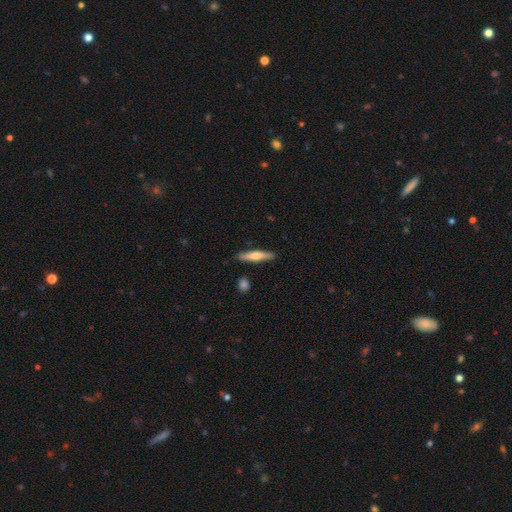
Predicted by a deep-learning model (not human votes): Smooth or featured?
  - smooth: 52% *
  - featured or disk: 42%
  - star or artifact: 6%
How rounded?
  - cigar-shaped: 87% *
  - in between: 12%
  - round: 2%
Merging?
  - none: 88% *
  - minor disturbance: 9%
  - merger: 2%
  - major disturbance: 2%